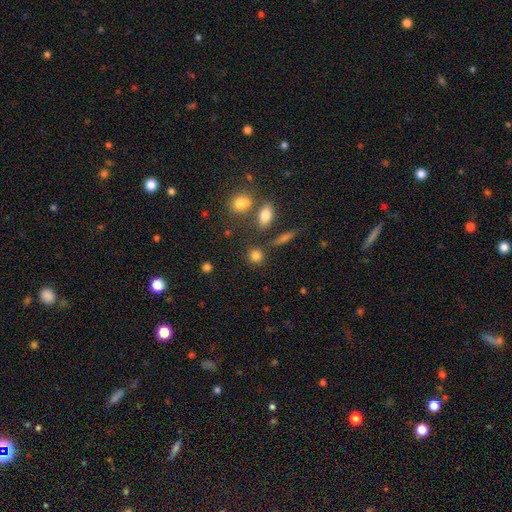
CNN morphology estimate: This appears to be a smooth galaxy with no disk features (81%) that is round (82%). Merging: none (76%).